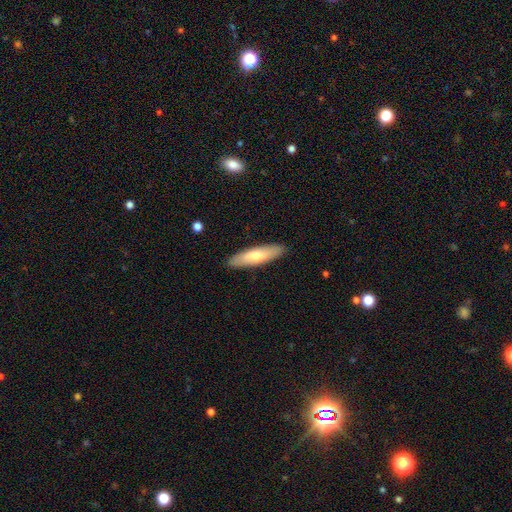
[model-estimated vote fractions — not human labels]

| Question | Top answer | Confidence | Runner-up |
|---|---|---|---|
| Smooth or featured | smooth | 67% | featured or disk (27%) |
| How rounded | cigar-shaped | 64% | in between (34%) |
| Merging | none | 89% | minor disturbance (8%) |